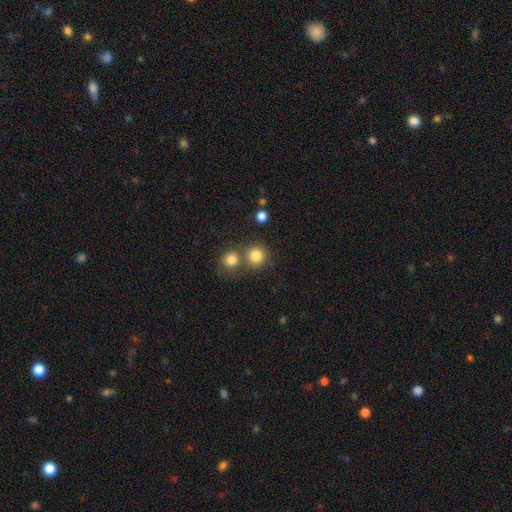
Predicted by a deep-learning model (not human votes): A smooth galaxy with no disk features (82%) that is round (91%). Merging: none (64%).